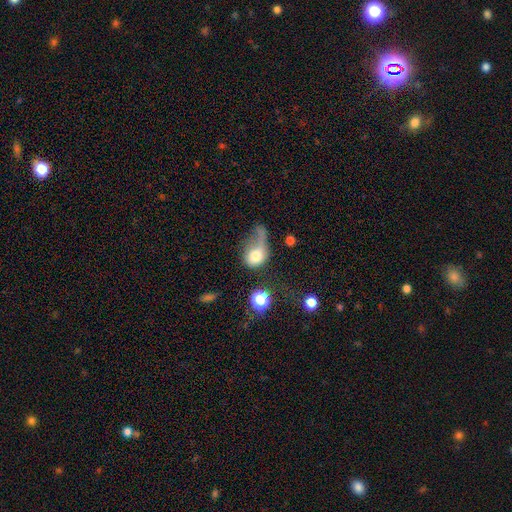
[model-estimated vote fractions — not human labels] smooth-or-featured: smooth: 63% | featured or disk: 26% | star or artifact: 11%
  how-rounded: in between: 50% | round: 47% | cigar-shaped: 2%
  merging: major disturbance: 54% | minor disturbance: 17% | none: 16% | merger: 13%